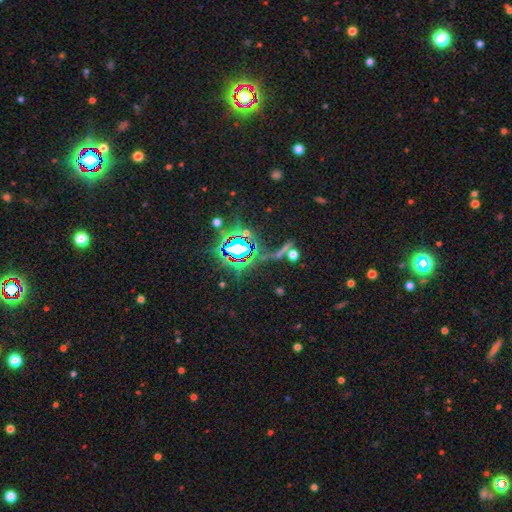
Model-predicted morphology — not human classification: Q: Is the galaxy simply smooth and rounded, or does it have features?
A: star or artifact — 83%.